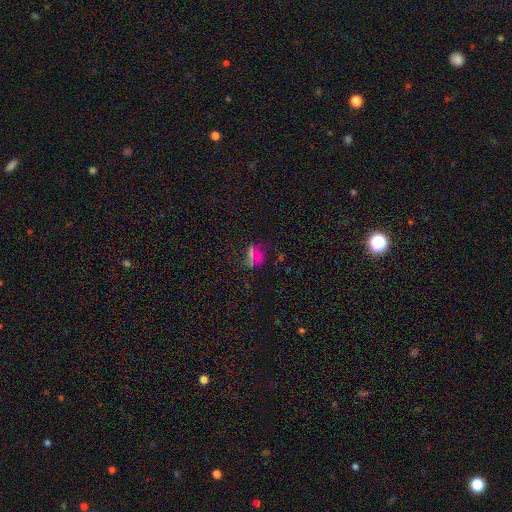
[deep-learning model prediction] The model was most divided on "smooth or featured": smooth: 49%, star or artifact: 39%, featured or disk: 12%. More confident: merging — none (65%).